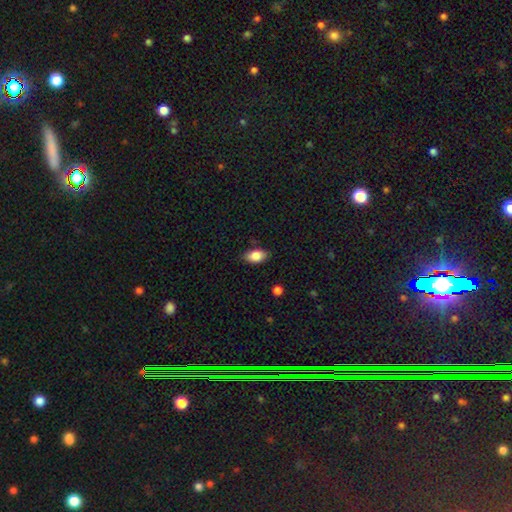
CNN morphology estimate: A smooth galaxy with no disk features (84%) that is in between round and cigar-shaped (90%). Merging: none (84%).